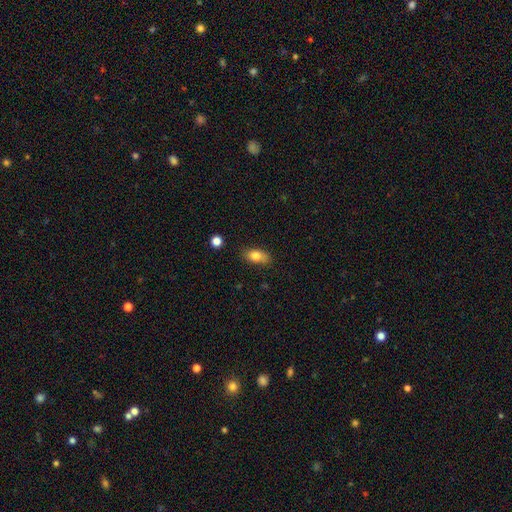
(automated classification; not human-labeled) Smooth or featured? Predicted: smooth (p=0.81). How rounded? Predicted: in between (p=0.86). Merging? Predicted: none (p=0.75).